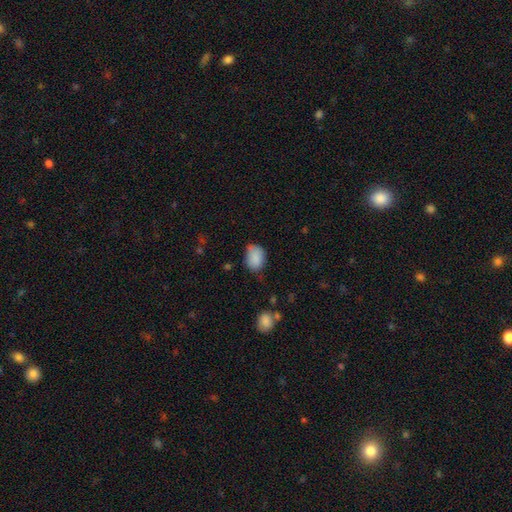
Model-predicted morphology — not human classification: smooth 86%, star or artifact 8%, featured or disk 6%. Down the decision tree: how rounded — in between (74%); merging — none (59%).